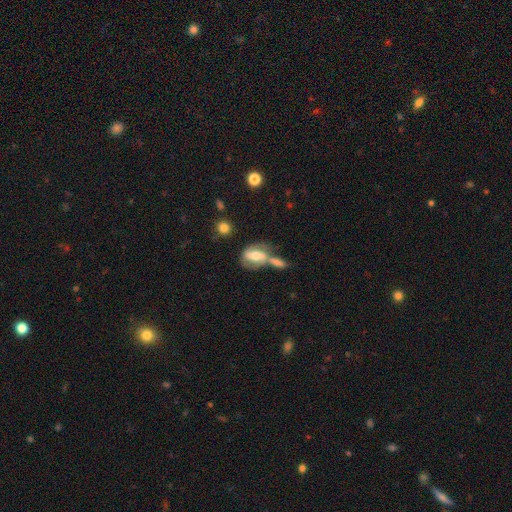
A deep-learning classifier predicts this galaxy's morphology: smooth-or-featured: featured or disk: 57% | smooth: 35% | star or artifact: 8%
  disk-edge-on: no: 92% | yes: 8%
    bar: weak: 38% | strong: 37% | no: 25%
    has-spiral-arms: yes: 73% | no: 27%
    bulge-size: moderate: 60% | small: 18% | large: 16% | none: 3% | dominant: 2%
  merging: merger: 42% | none: 31% | minor disturbance: 15% | major disturbance: 12%